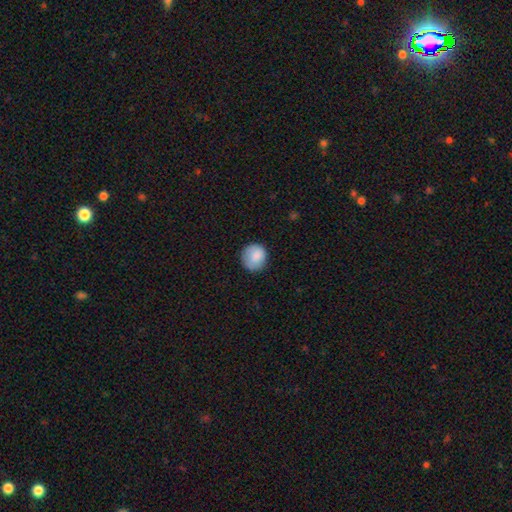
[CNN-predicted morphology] This appears to be a smooth galaxy with no disk features (86%) that is round (87%). Merging: none (76%).